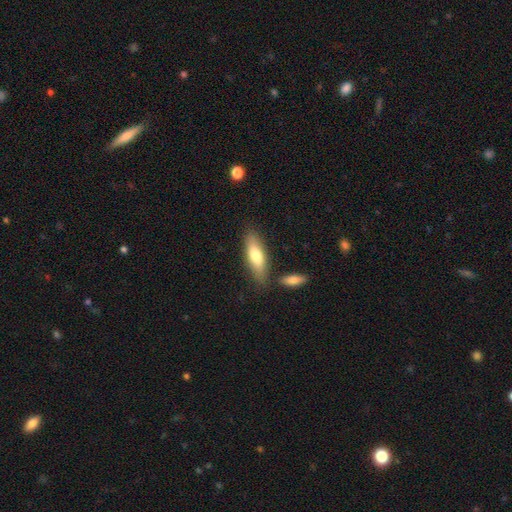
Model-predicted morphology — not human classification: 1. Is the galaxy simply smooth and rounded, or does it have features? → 72% smooth, 23% featured or disk, 6% star or artifact.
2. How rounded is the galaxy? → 53% in between, 45% cigar-shaped, 2% round.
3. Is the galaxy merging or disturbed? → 75% none, 13% minor disturbance, 9% merger, 3% major disturbance.